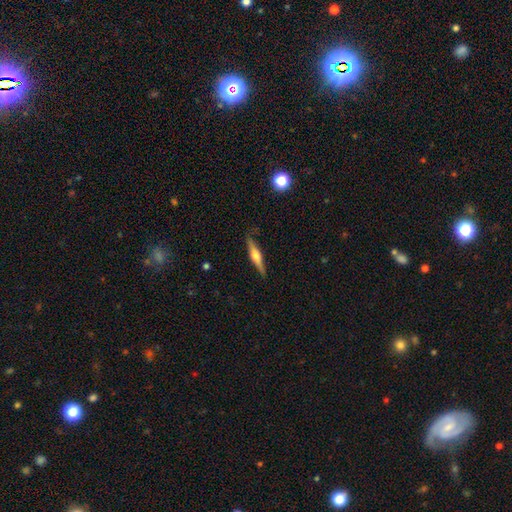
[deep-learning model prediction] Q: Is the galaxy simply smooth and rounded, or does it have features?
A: featured or disk — 65%.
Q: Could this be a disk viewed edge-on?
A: yes — 97%.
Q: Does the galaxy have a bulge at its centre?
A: rounded — 86%.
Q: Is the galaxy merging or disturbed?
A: none — 88%.